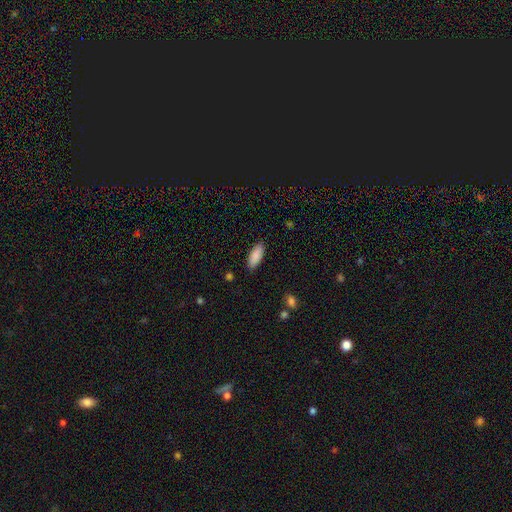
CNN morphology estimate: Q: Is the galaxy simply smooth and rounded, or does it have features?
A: smooth — 88%.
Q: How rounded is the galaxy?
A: in between — 77%.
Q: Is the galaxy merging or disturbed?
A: none — 88%.